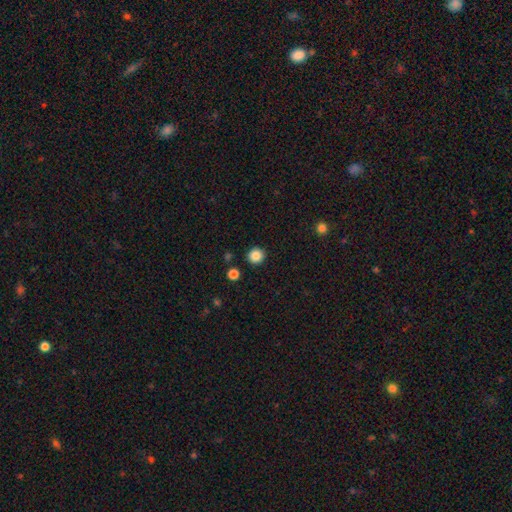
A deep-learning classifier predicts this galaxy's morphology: Smooth or featured? smooth (86%)
How rounded? round (94%)
Merging? none (91%)